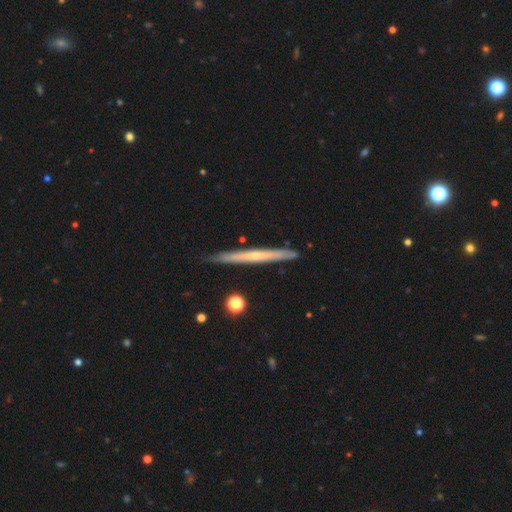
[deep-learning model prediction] featured or disk 64%, smooth 30%, star or artifact 6%. Down the decision tree: edge-on disk — yes (95%); edge-on bulge — none (61%); merging — none (87%).